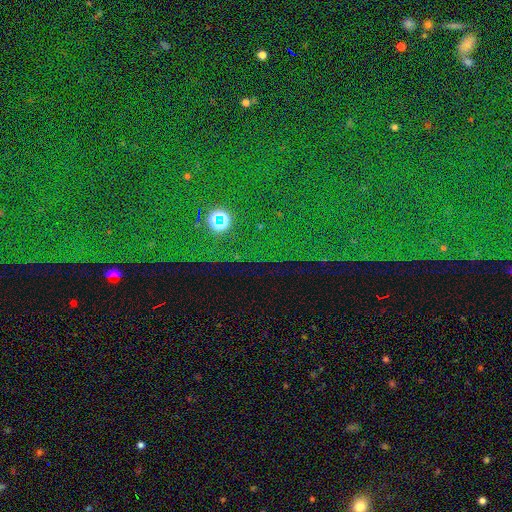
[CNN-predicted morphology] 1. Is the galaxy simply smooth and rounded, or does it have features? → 84% star or artifact, 8% smooth, 8% featured or disk.